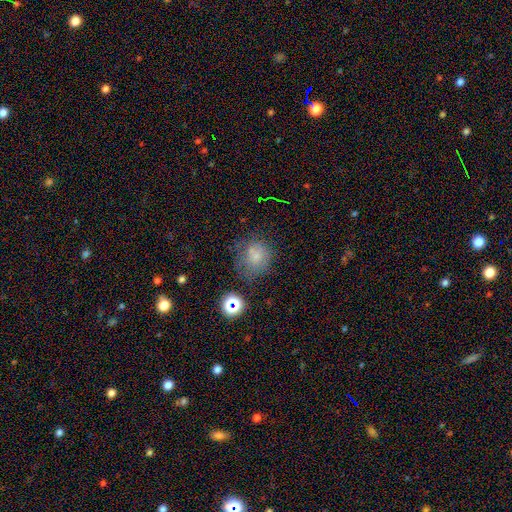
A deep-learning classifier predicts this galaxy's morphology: Smooth or featured?
  - smooth: 67% *
  - star or artifact: 18%
  - featured or disk: 15%
How rounded?
  - round: 77% *
  - in between: 22%
  - cigar-shaped: 1%
Merging?
  - none: 53% *
  - minor disturbance: 24%
  - major disturbance: 15%
  - merger: 9%